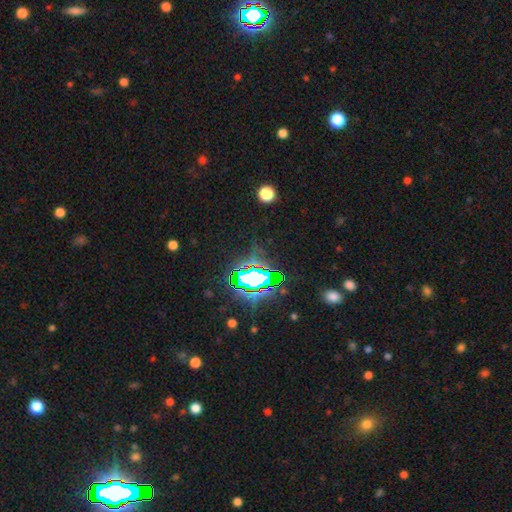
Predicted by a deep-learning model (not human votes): Q: Smooth or featured?
A: star or artifact (83%); runner-up: smooth (10%)